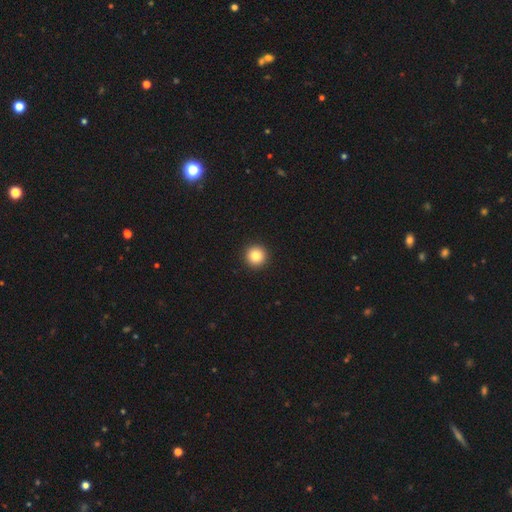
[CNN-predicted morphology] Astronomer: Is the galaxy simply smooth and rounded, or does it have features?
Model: smooth — 84%.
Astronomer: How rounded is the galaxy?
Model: round — 96%.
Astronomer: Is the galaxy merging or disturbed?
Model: none — 94%.